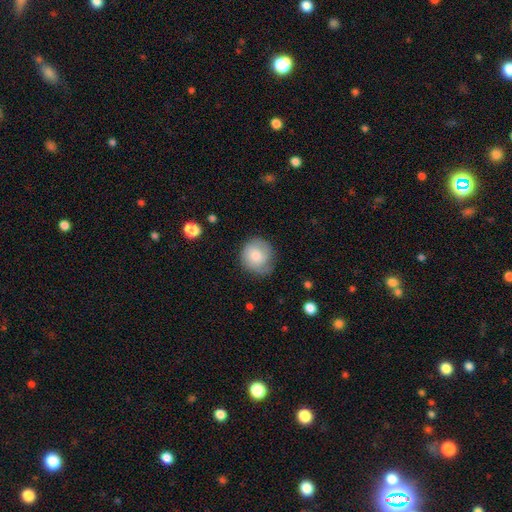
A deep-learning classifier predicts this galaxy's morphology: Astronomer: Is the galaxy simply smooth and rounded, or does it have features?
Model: smooth — 73%.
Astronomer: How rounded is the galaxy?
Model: round — 84%.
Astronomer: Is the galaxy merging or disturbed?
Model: none — 60%.